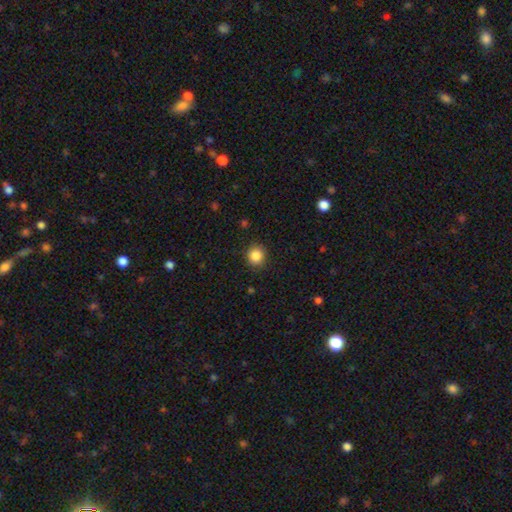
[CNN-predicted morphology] smooth 86%, star or artifact 10%, featured or disk 4%. Down the decision tree: how rounded — round (89%); merging — none (90%).